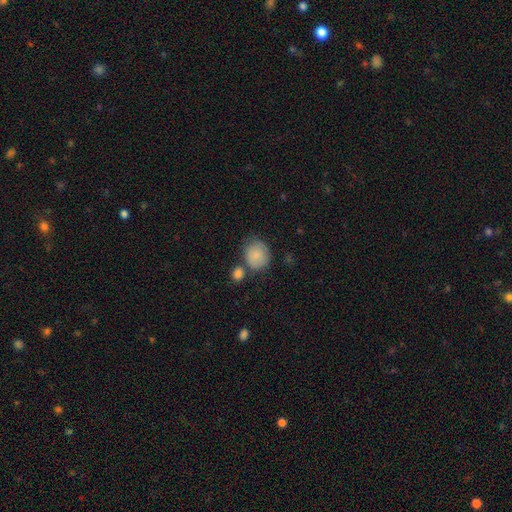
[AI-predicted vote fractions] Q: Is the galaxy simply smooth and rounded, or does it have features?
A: smooth — 85%.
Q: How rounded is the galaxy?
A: round — 73%.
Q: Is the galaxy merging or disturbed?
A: none — 58%.